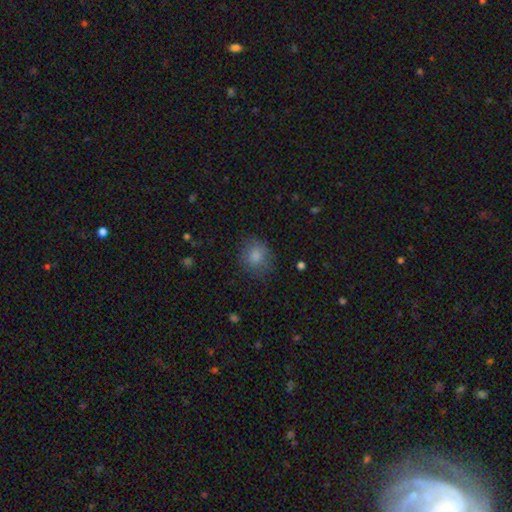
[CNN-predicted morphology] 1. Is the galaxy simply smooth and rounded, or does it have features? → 83% smooth, 10% star or artifact, 7% featured or disk.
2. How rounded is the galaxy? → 72% round, 27% in between, 1% cigar-shaped.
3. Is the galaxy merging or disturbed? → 76% none, 16% minor disturbance, 6% major disturbance, 1% merger.